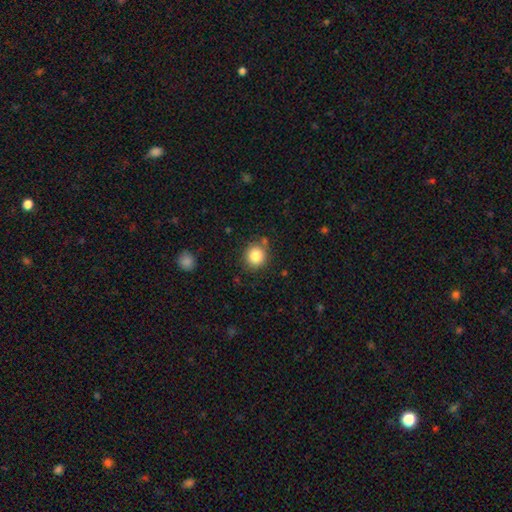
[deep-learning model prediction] Smooth or featured? smooth (84%)
How rounded? round (88%)
Merging? none (82%)